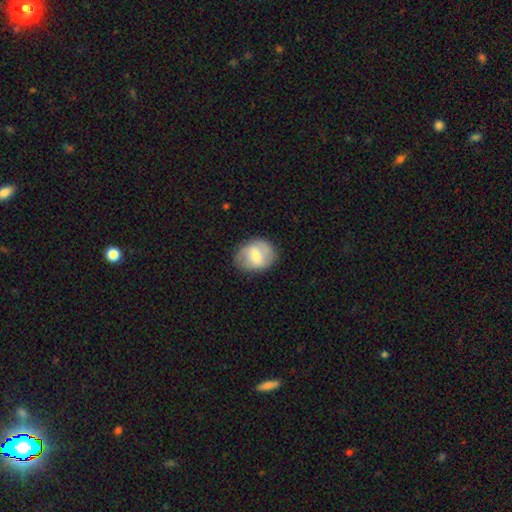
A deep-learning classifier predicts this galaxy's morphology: Q: Smooth or featured?
A: smooth (50%); runner-up: featured or disk (43%)
Q: How rounded?
A: in between (51%); runner-up: round (47%)
Q: Merging?
A: none (77%); runner-up: minor disturbance (17%)